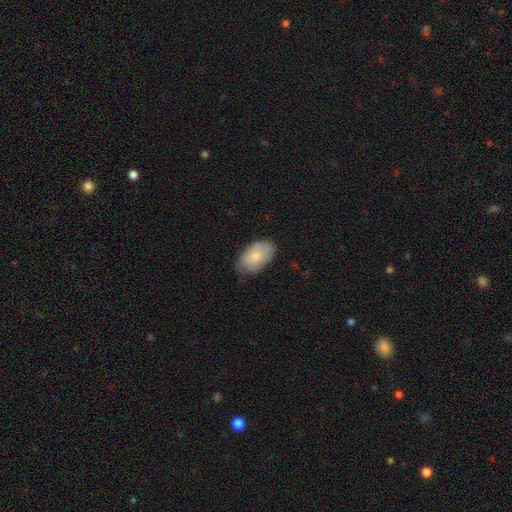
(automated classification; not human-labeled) smooth 72%, featured or disk 22%, star or artifact 6%. Down the decision tree: how rounded — in between (93%); merging — none (65%).